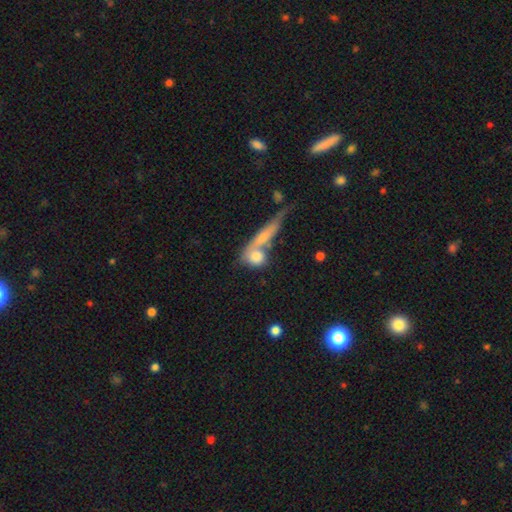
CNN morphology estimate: A smooth galaxy with no disk features (74%) that is round (59%).

Vote fractions:
- Smooth or featured? smooth: 74% / featured or disk: 18% / star or artifact: 8%
- How rounded? round: 59% / in between: 27% / cigar-shaped: 14%
- Merging? merger: 40% (tied) / none: 40% (tied) / minor disturbance: 12% / major disturbance: 8%